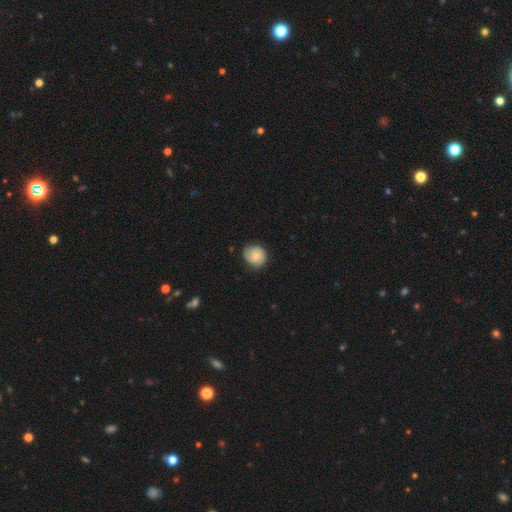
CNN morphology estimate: A smooth galaxy with no disk features (69%) that is round (80%). Merging: none (73%).